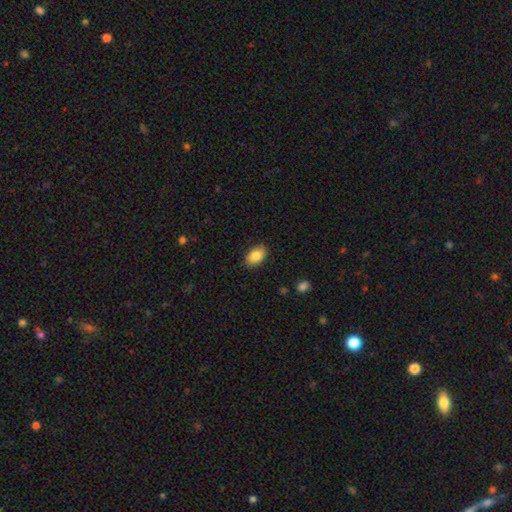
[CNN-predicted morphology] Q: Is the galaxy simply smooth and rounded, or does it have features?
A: smooth — 85%.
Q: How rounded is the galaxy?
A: in between — 88%.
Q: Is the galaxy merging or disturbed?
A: none — 87%.